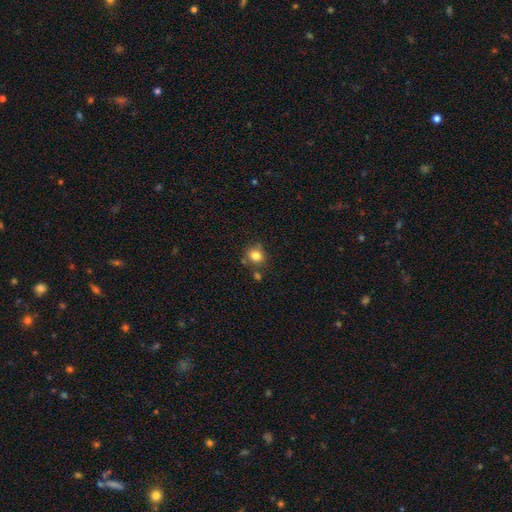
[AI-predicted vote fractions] This is clearly a smooth galaxy (82%). How rounded: likely round (78%). Merging: likely none (72%).